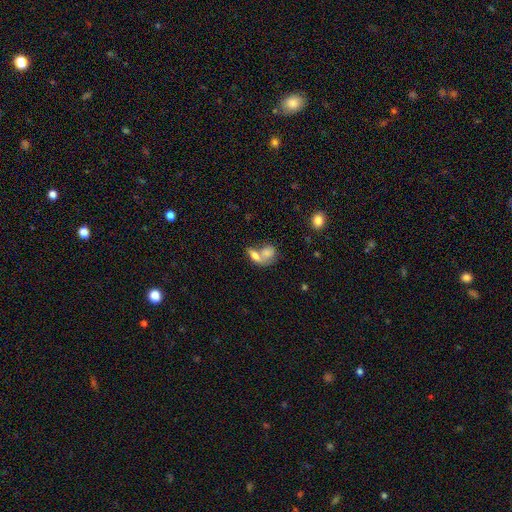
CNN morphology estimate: smooth 71%, featured or disk 20%, star or artifact 9%. Down the decision tree: how rounded — in between (75%); merging — merger (65%).